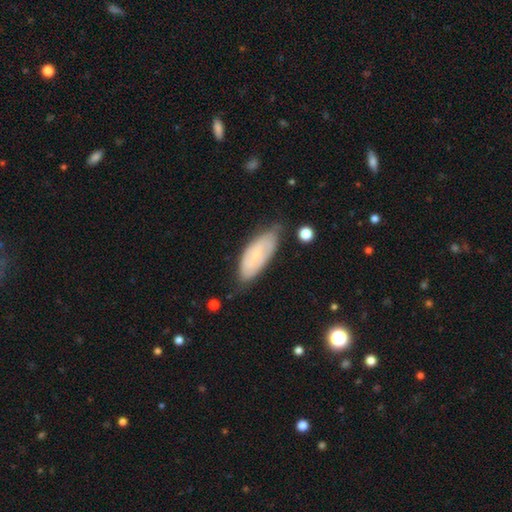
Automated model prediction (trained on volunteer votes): Smooth or featured? featured or disk (48%)
Merging? none (61%)